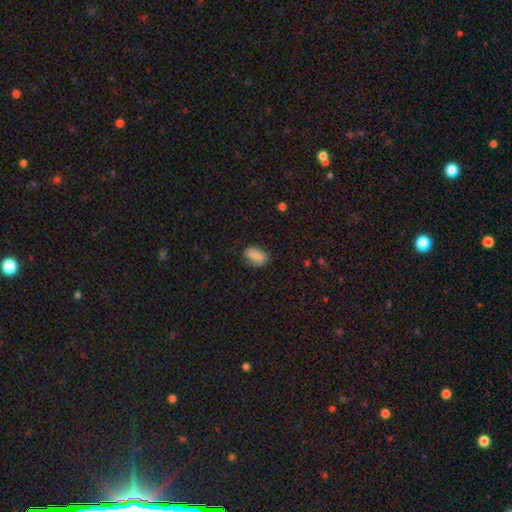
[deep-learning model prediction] Q: Smooth or featured?
A: smooth (79%); runner-up: featured or disk (13%)
Q: How rounded?
A: in between (85%); runner-up: round (10%)
Q: Merging?
A: none (71%); runner-up: minor disturbance (21%)